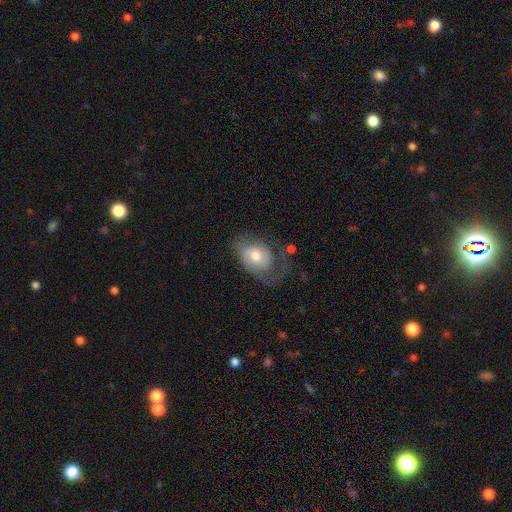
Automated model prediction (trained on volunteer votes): Smooth or featured? featured or disk (51%)
Edge-on disk? no (95%)
Merging? major disturbance (37%)